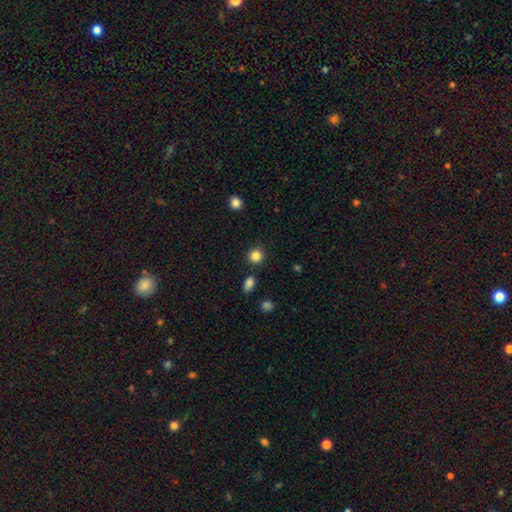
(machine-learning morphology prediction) A smooth galaxy with no disk features (85%) that is round (91%). Merging: none (88%).